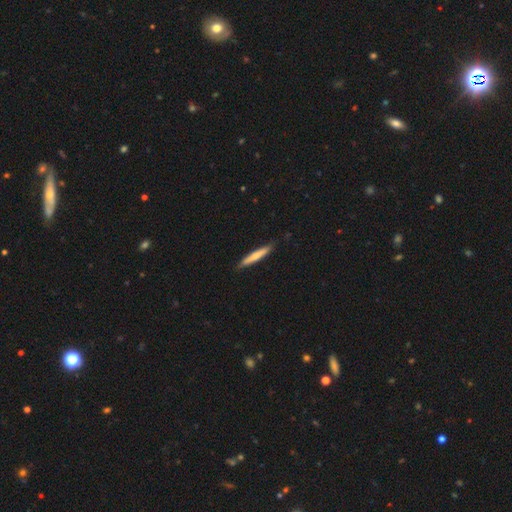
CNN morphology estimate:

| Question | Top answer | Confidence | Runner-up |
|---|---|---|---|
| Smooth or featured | smooth | 63% | featured or disk (32%) |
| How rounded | cigar-shaped | 94% | in between (5%) |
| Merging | none | 87% | minor disturbance (10%) |